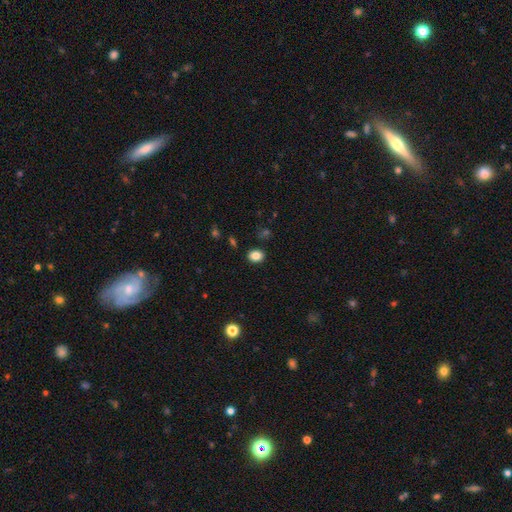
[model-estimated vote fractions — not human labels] smooth-or-featured: smooth: 85% | star or artifact: 10% | featured or disk: 5%
  how-rounded: in between: 51% | round: 48% | cigar-shaped: 1%
  merging: none: 88% | minor disturbance: 8% | major disturbance: 2% | merger: 2%